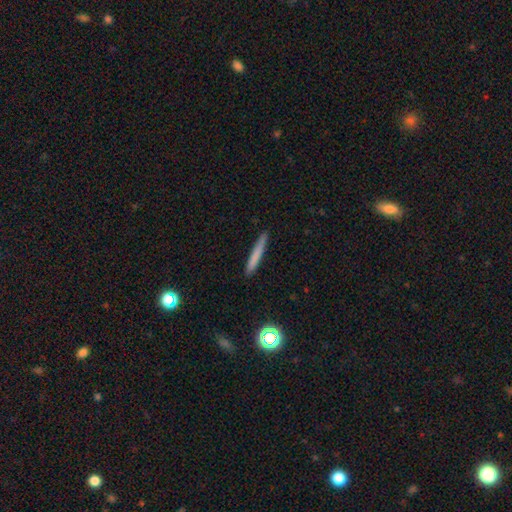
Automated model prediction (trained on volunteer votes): The model was most divided on "smooth or featured": smooth: 72%, featured or disk: 20%, star or artifact: 8%. More confident: how rounded — cigar-shaped (96%); merging — none (90%).